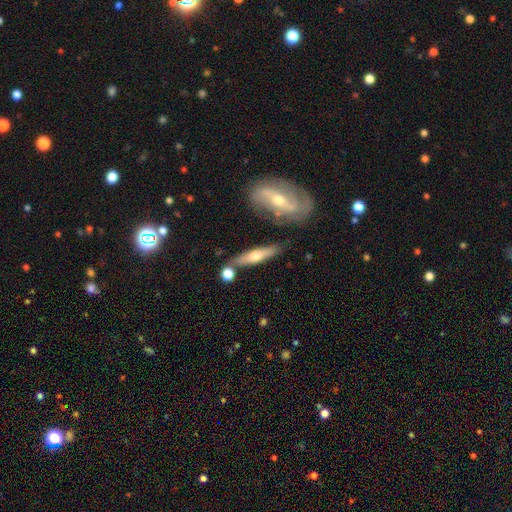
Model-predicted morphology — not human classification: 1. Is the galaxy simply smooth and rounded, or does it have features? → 48% featured or disk, 46% smooth, 6% star or artifact.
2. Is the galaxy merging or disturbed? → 73% none, 12% minor disturbance, 11% merger, 3% major disturbance.